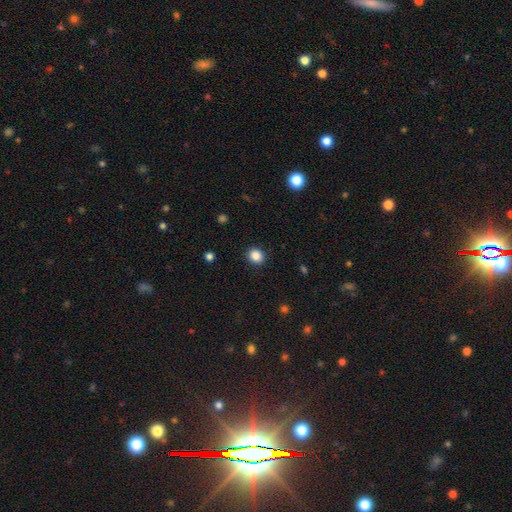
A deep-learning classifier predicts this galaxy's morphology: type=smooth (87%); roundness=round (76%); merging=none (91%).